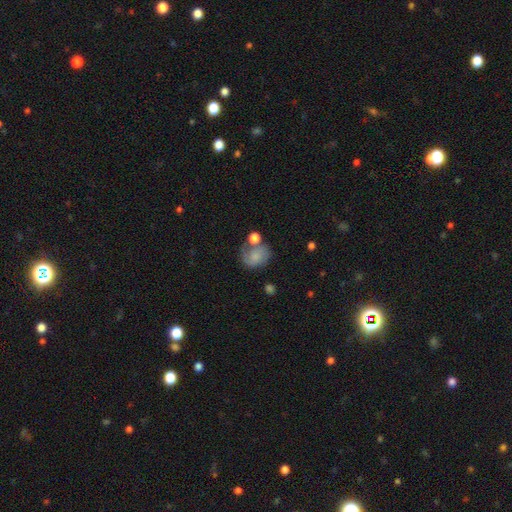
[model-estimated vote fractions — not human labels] smooth 60%, featured or disk 30%, star or artifact 10%. Down the decision tree: how rounded — round (56%); merging — none (42%).